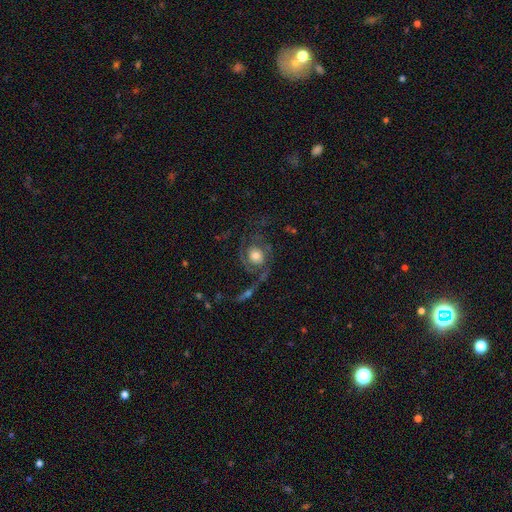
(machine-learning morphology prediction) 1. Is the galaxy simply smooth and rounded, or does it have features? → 74% featured or disk, 18% smooth, 8% star or artifact.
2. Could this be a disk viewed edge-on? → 97% no, 3% yes.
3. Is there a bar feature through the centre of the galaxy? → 78% no, 18% weak, 4% strong.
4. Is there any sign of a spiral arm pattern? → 88% yes, 12% no.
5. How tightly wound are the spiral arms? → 42% medium, 31% loose, 28% tight.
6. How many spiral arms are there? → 56% 2, 14% 1, 12% can't tell, 11% 3, 4% 4, 4% more than 4.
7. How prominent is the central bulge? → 54% moderate, 25% large, 15% small, 3% dominant, 2% none.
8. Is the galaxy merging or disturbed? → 45% none, 31% major disturbance, 16% minor disturbance, 8% merger.